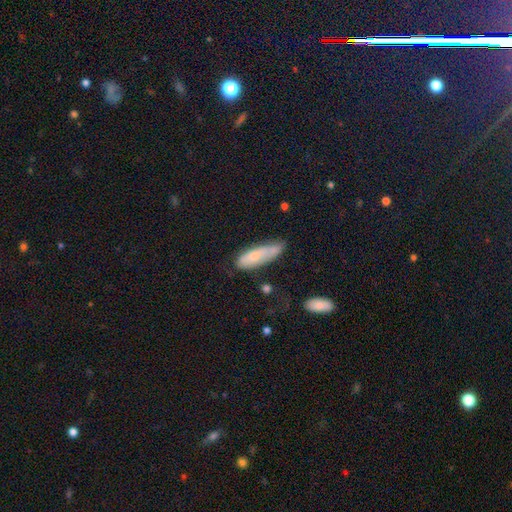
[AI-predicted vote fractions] This is likely a smooth galaxy (68%). How rounded: possibly cigar-shaped (52%). Merging: possibly none (49%).